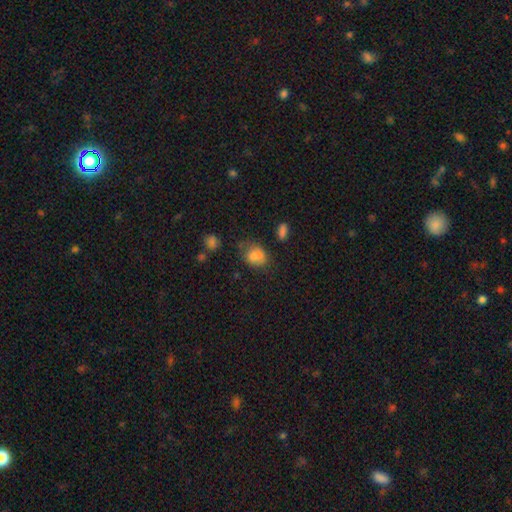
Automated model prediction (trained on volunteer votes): Q: Smooth or featured?
A: smooth (80%); runner-up: star or artifact (11%)
Q: How rounded?
A: in between (56%); runner-up: round (43%)
Q: Merging?
A: none (59%); runner-up: minor disturbance (25%)